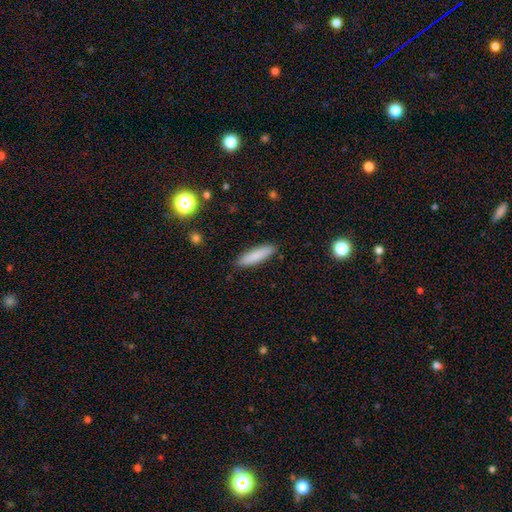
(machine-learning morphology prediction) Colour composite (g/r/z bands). It shows a smooth galaxy with no disk features (83%) that is cigar-shaped (75%). Merging: none (89%).